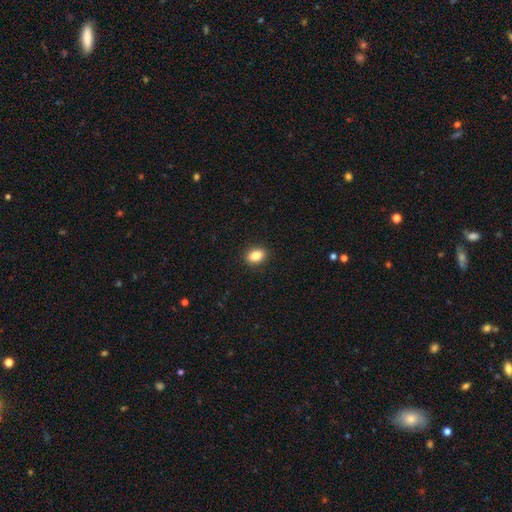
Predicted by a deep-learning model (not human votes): Overall: smooth (84%). How rounded: in between (74%). Merging: none (91%).